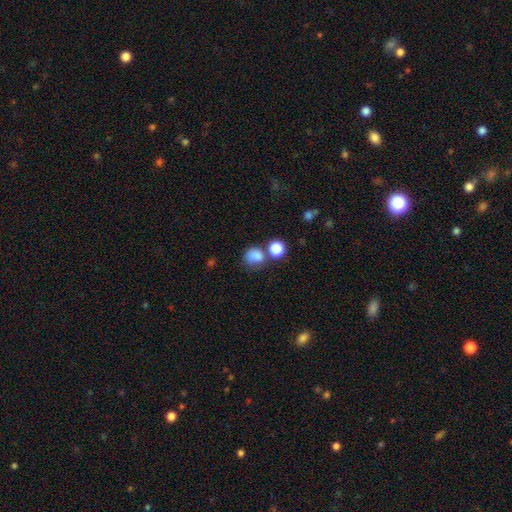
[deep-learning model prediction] smooth 81%, star or artifact 12%, featured or disk 7%. Down the decision tree: how rounded — round (74%); merging — none (48%).